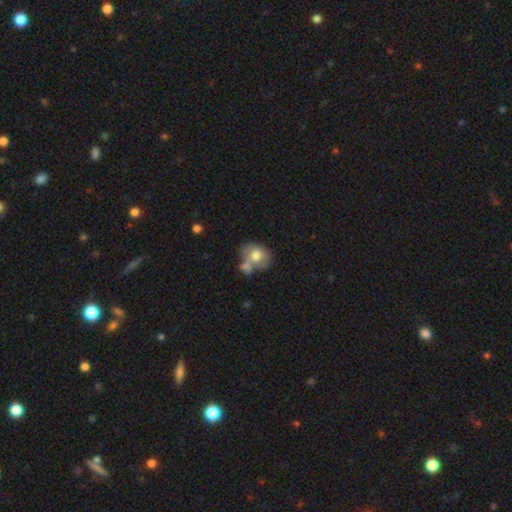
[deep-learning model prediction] smooth 65%, featured or disk 28%, star or artifact 7%. Down the decision tree: how rounded — in between (57%); merging — merger (40%).